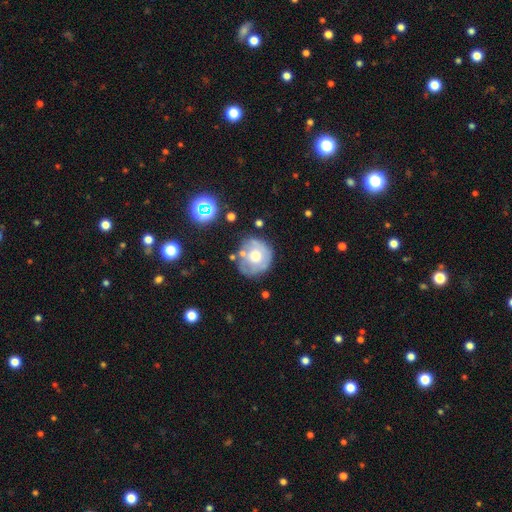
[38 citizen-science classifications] A featured or disk galaxy (53%) with no bar (95%), no spiral arms (74%) and a moderate central bulge (68%).

Vote fractions:
- Smooth or featured? featured or disk: 53% / smooth: 42% / star or artifact: 5%
- Edge-on disk? no: 95% / yes: 5%
- Bar? no: 95% / weak: 5% / strong: 0%
- Spiral arms? no: 74% / yes: 26%
- Bulge size? moderate: 68% / large: 21% / small: 11% / dominant: 0% / none: 0%
- Merging? none: 56% / minor disturbance: 22% / major disturbance: 17% / merger: 6%